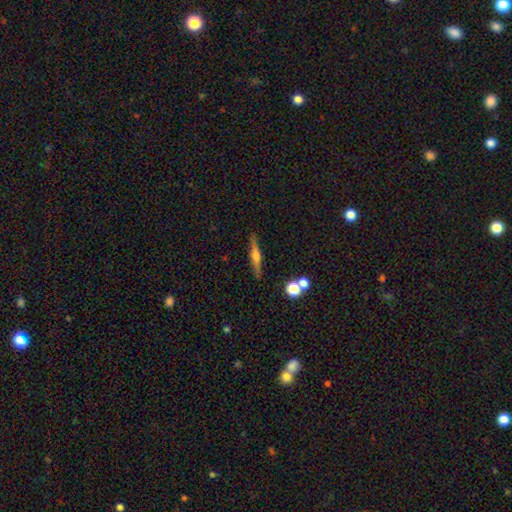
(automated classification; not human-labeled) Smooth or featured: featured or disk — 63% (smooth — 29%)
Edge-on disk: yes — 97% (no — 3%)
Edge-on bulge: rounded — 82% (boxy — 11%)
Merging: none — 88% (minor disturbance — 7%)